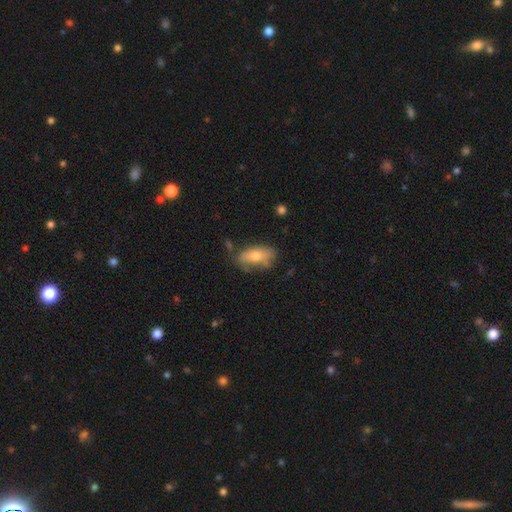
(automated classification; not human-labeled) Morphology: type=smooth (63%); roundness=in between (83%); merging=none (59%).